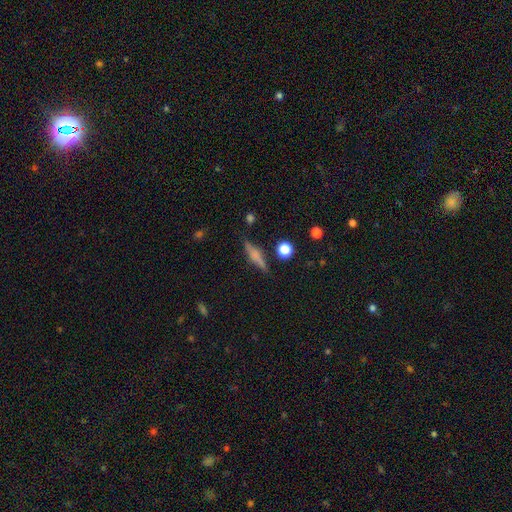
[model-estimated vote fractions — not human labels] This is possibly a smooth galaxy (47%). Merging: clearly none (81%).